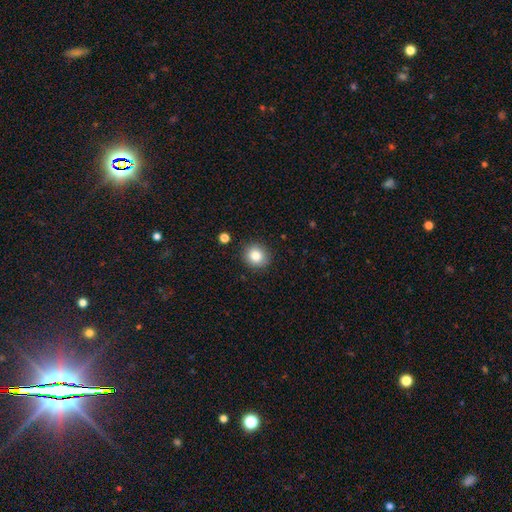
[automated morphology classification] A smooth galaxy with no disk features (83%) that is round (86%).

Vote fractions:
- Smooth or featured? smooth: 83% / star or artifact: 10% / featured or disk: 7%
- How rounded? round: 86% / in between: 13% / cigar-shaped: 1%
- Merging? none: 90% / minor disturbance: 7% / major disturbance: 2% / merger: 2%